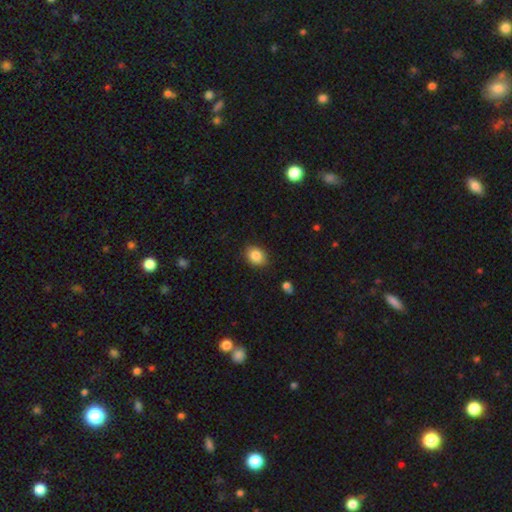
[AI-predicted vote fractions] smooth-or-featured: smooth: 86% | star or artifact: 8% | featured or disk: 6%
  how-rounded: in between: 63% | round: 36% | cigar-shaped: 1%
  merging: none: 87% | minor disturbance: 9% | major disturbance: 2% | merger: 1%